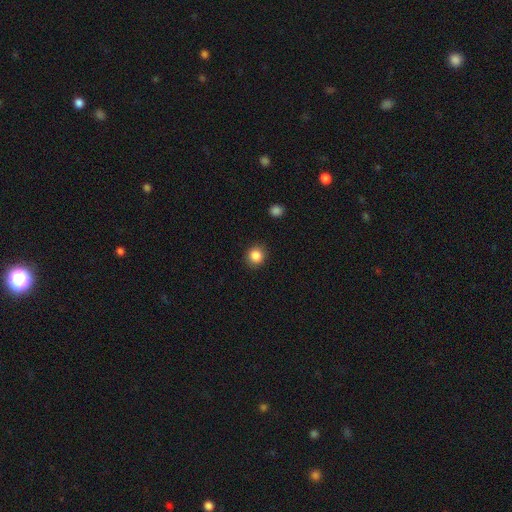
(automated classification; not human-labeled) The model was most divided on "how rounded": round: 87%, in between: 12%, cigar-shaped: 1%. More confident: merging — none (90%); smooth or featured — smooth (86%).